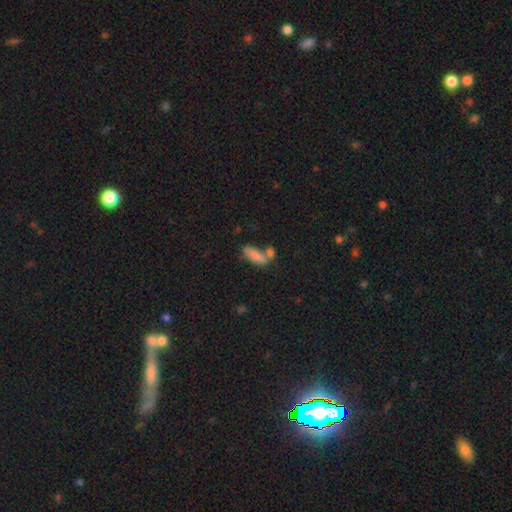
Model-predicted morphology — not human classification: A smooth galaxy with no disk features (74%) that is in between round and cigar-shaped (63%).

Vote fractions:
- Smooth or featured? smooth: 74% / featured or disk: 16% / star or artifact: 10%
- How rounded? in between: 63% / cigar-shaped: 34% / round: 3%
- Merging? merger: 39% / none: 37% / minor disturbance: 15% / major disturbance: 9%